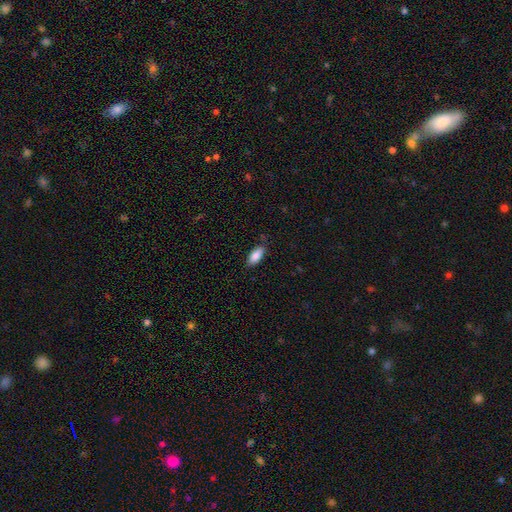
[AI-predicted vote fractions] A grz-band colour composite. It shows a smooth galaxy with no disk features (87%) that is in between round and cigar-shaped (83%). Merging: none (82%).